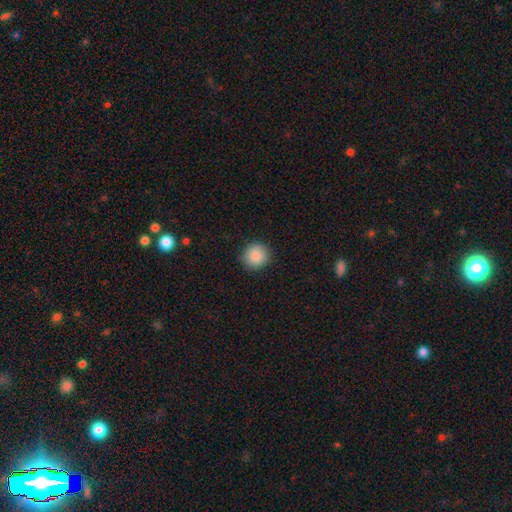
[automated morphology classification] A smooth galaxy with no disk features (87%) that is round (91%). Merging: none (88%).